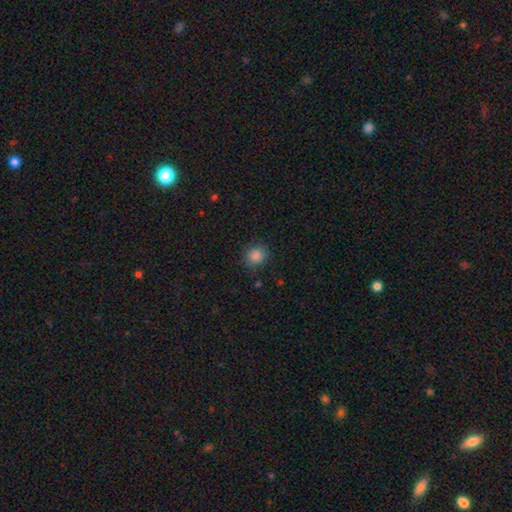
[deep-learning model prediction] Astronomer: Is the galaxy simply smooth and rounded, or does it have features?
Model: smooth — 86%.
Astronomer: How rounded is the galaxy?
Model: round — 84%.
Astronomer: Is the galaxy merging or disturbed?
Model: none — 85%.